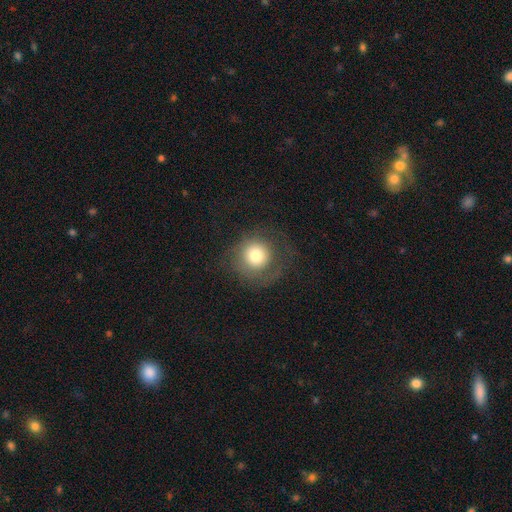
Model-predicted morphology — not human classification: Overall: smooth (67%). How rounded: round (93%). Merging: none (66%).